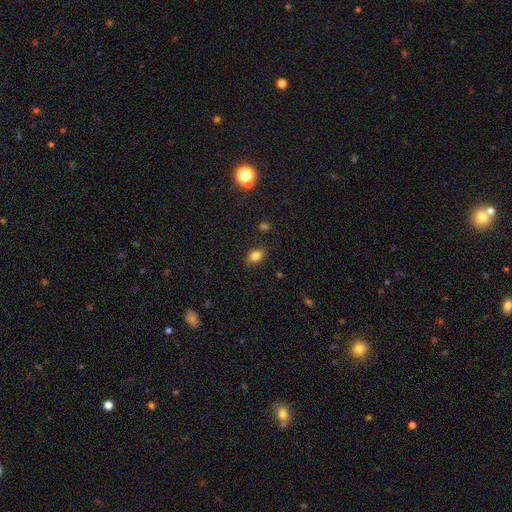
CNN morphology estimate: This is clearly a smooth galaxy (81%). How rounded: likely in between (73%). Merging: clearly none (85%).